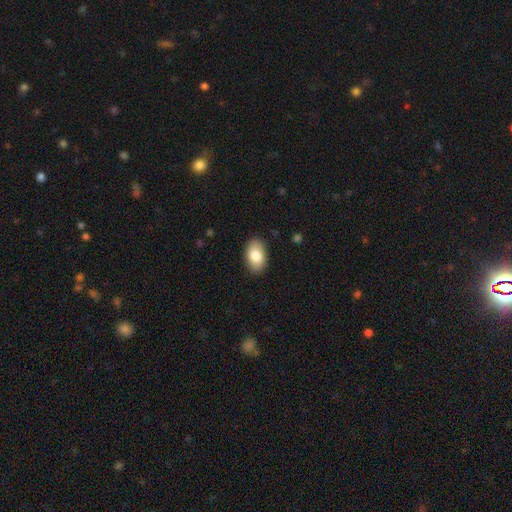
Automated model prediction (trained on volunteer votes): Overall: smooth (84%). How rounded: in between (92%). Merging: none (88%).